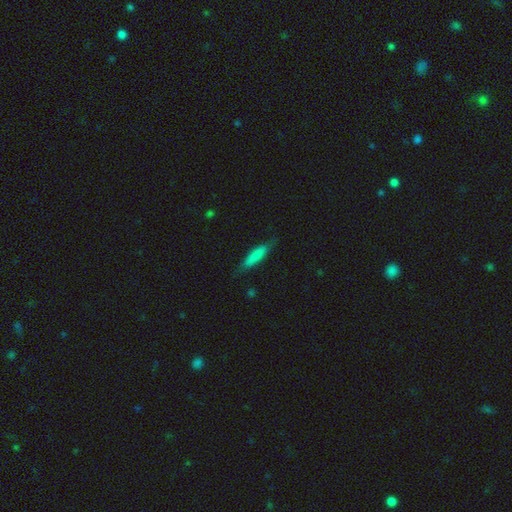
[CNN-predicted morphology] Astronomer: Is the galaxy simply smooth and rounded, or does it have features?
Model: smooth — 77%.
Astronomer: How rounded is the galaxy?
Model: cigar-shaped — 77%.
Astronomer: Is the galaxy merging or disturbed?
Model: none — 76%.